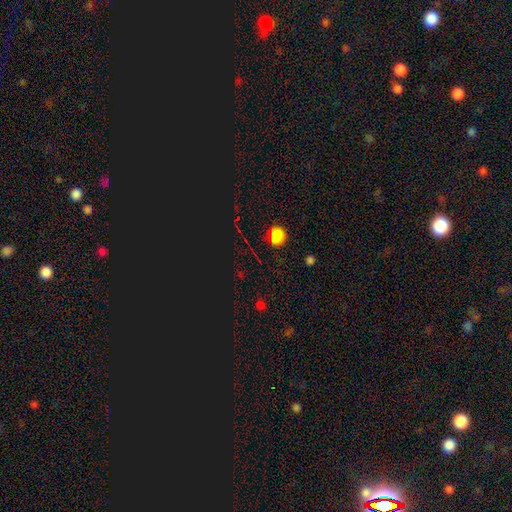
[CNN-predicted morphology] This appears to be a star or artifact, not a galaxy (64%).